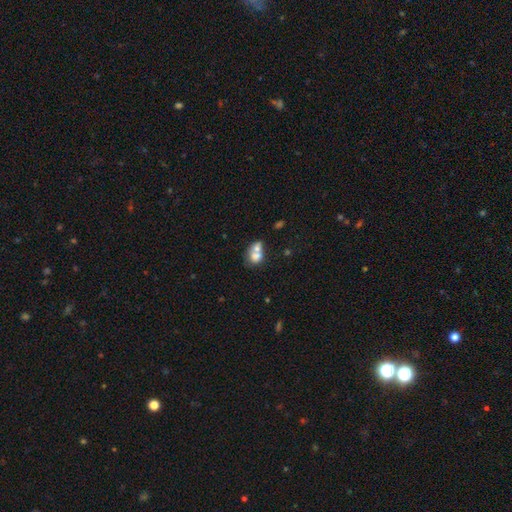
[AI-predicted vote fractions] A smooth galaxy with no disk features (70%) that is in between round and cigar-shaped (54%).

Vote fractions:
- Smooth or featured? smooth: 70% / featured or disk: 21% / star or artifact: 10%
- How rounded? in between: 54% / round: 44% / cigar-shaped: 1%
- Merging? merger: 65% / none: 22% / minor disturbance: 8% / major disturbance: 5%